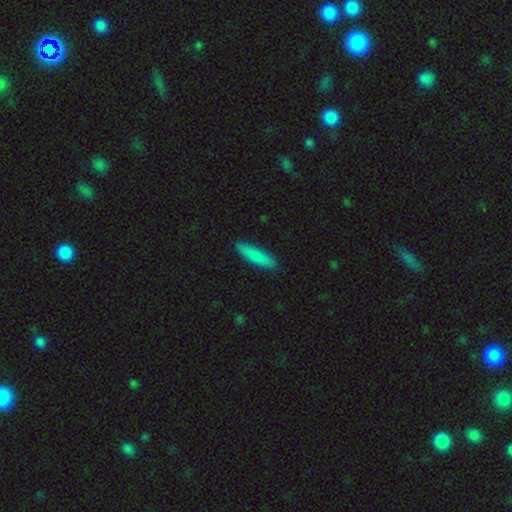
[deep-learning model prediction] smooth-or-featured: smooth: 85% | featured or disk: 9% | star or artifact: 6%
  how-rounded: cigar-shaped: 74% | in between: 25% | round: 2%
  merging: none: 88% | minor disturbance: 9% | major disturbance: 2% | merger: 1%